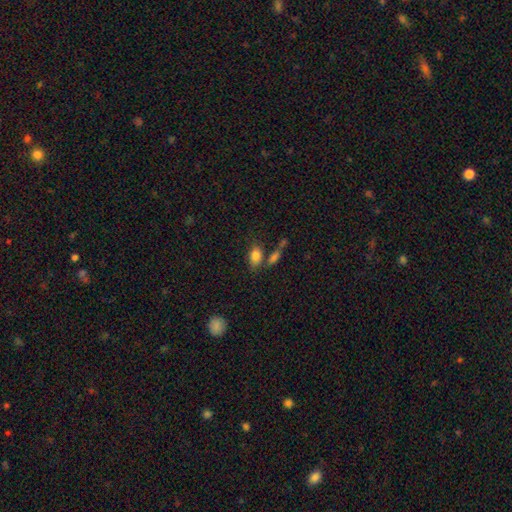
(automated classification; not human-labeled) A smooth galaxy with no disk features (83%) that is in between round and cigar-shaped (86%). Merging: none (59%).